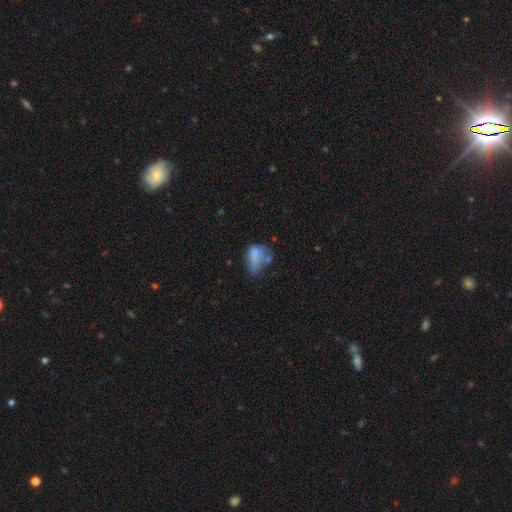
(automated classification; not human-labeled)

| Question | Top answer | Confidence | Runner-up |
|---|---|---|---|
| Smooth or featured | smooth | 61% | featured or disk (27%) |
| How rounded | in between | 79% | round (17%) |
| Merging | major disturbance | 35% | minor disturbance (23%) |